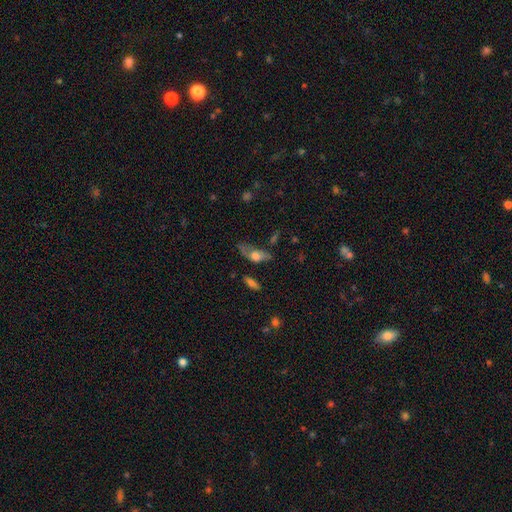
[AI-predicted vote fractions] Morphology: type=smooth (52%); roundness=in between (73%); merging=none (36%).